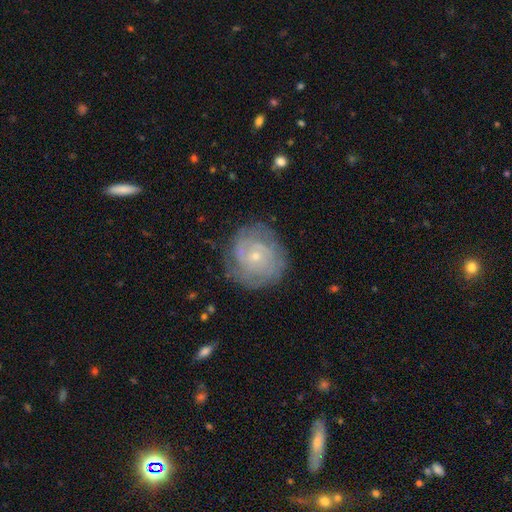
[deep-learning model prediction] This is likely a featured or disk galaxy (67%). It is clearly not viewed edge-on (97%). Bar: likely no (74%). Spiral arm pattern: clearly yes (90%). Spiral arm count: marginally can't tell (44%). Spiral winding: likely tight (71%). Central bulge: likely small (72%). Merging: likely none (78%).